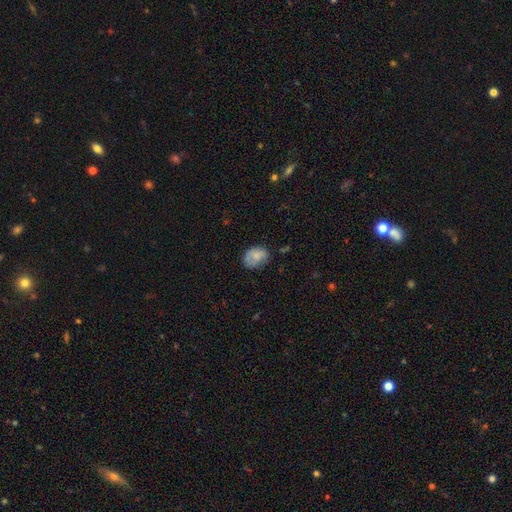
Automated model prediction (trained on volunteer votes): smooth 76%, featured or disk 15%, star or artifact 8%. Down the decision tree: how rounded — in between (65%); merging — none (55%).